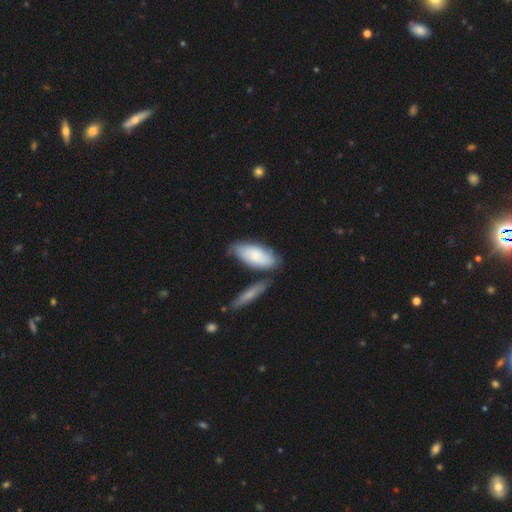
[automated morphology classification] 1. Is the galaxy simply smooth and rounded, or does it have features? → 71% smooth, 24% featured or disk, 5% star or artifact.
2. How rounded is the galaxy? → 84% in between, 14% cigar-shaped, 2% round.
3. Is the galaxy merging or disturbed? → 62% none, 21% minor disturbance, 12% merger, 5% major disturbance.